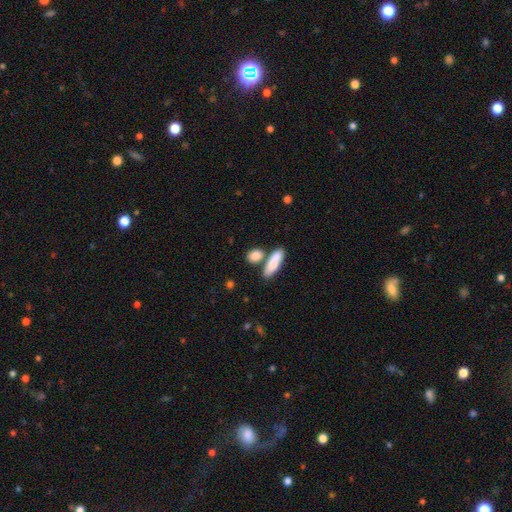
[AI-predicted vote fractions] A smooth galaxy with no disk features (83%) that is in between round and cigar-shaped (54%).

Vote fractions:
- Smooth or featured? smooth: 83% / featured or disk: 11% / star or artifact: 7%
- How rounded? in between: 54% / round: 28% / cigar-shaped: 18%
- Merging? none: 58% / merger: 26% / minor disturbance: 12% / major disturbance: 4%